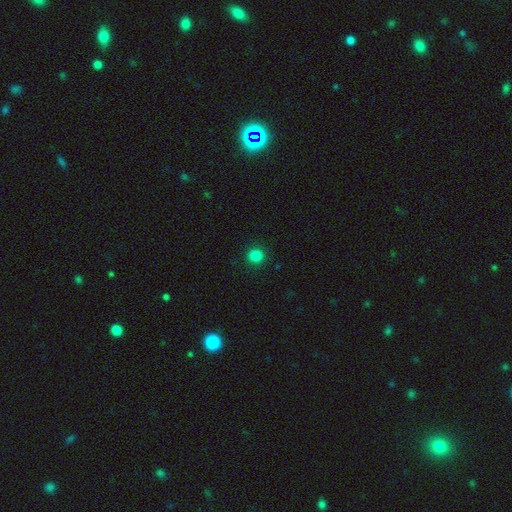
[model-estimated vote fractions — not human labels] Morphology: type=smooth (85%); roundness=round (92%); merging=none (92%).